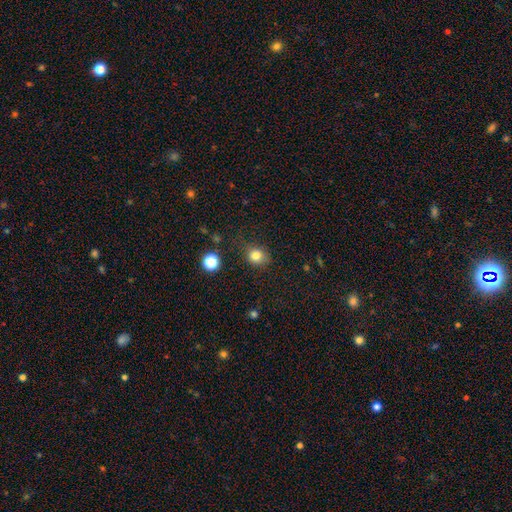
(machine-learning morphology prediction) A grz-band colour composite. It shows a smooth galaxy with no disk features (80%) that is round (67%). Merging: none (73%).